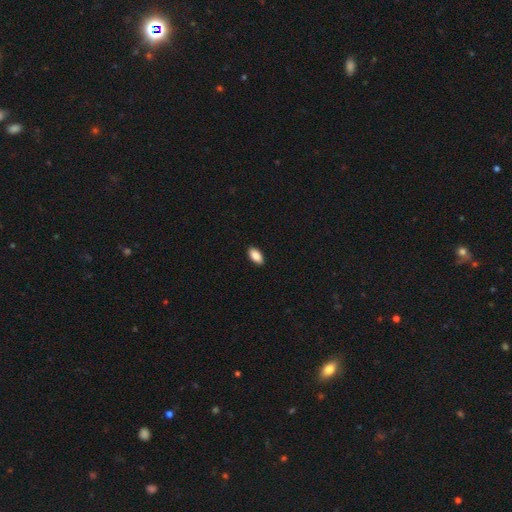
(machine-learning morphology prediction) A smooth galaxy with no disk features (89%) that is in between round and cigar-shaped (93%).

Vote fractions:
- Smooth or featured? smooth: 89% / star or artifact: 7% / featured or disk: 4%
- How rounded? in between: 93% / cigar-shaped: 4% / round: 3%
- Merging? none: 89% / minor disturbance: 8% / major disturbance: 2% / merger: 1%